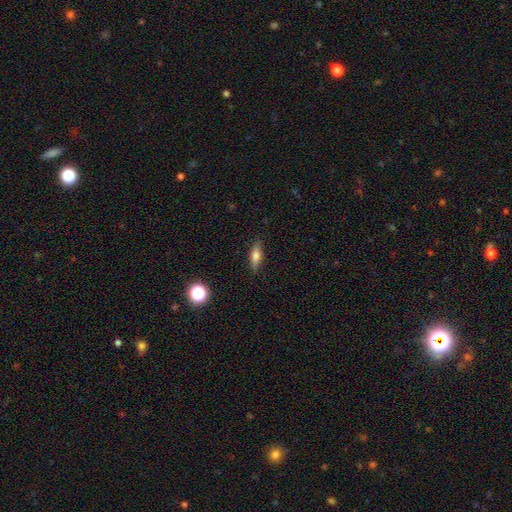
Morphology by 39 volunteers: Smooth or featured?
  - smooth: 69% *
  - featured or disk: 26%
  - star or artifact: 5%
How rounded?
  - cigar-shaped: 70% *
  - in between: 30%
  - round: 0%
Merging?
  - none: 76% *
  - minor disturbance: 16%
  - major disturbance: 8%
  - merger: 0%